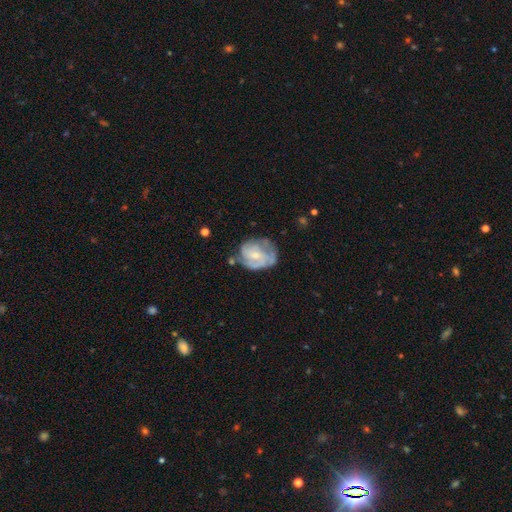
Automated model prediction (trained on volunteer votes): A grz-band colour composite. It shows a featured or disk galaxy (65%) with no bar (62%), spiral arms (74%) and a small central bulge (61%). Merging: none (49%).